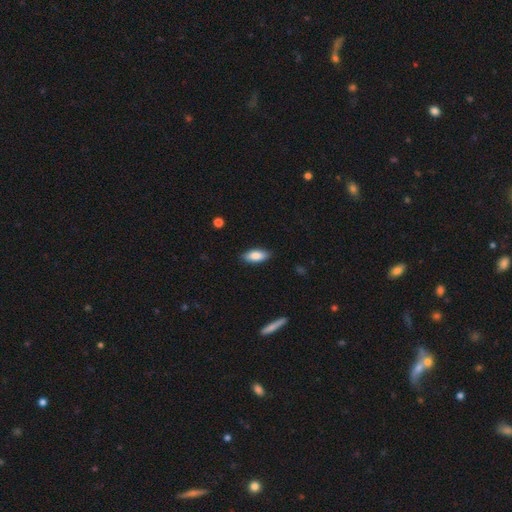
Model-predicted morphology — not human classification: Smooth or featured? smooth (85%)
How rounded? in between (84%)
Merging? none (87%)